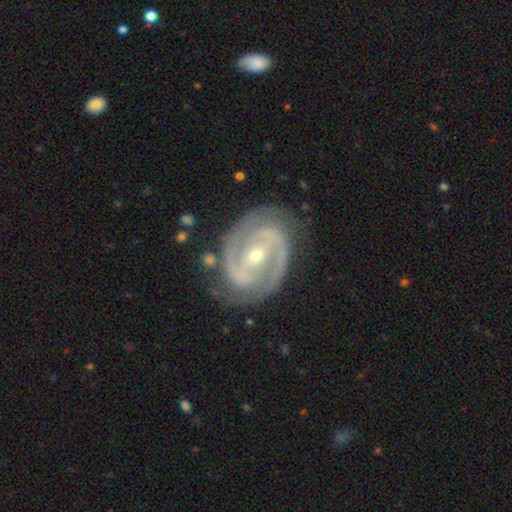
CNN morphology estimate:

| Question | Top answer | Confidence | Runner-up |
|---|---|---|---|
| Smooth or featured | featured or disk | 92% | star or artifact (4%) |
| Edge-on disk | no | 97% | yes (3%) |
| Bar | strong | 49% | weak (33%) |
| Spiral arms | yes | 97% | no (3%) |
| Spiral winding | tight | 55% | medium (39%) |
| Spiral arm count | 2 | 86% | 3 (6%) |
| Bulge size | small | 60% | moderate (38%) |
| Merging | none | 79% | minor disturbance (15%) |